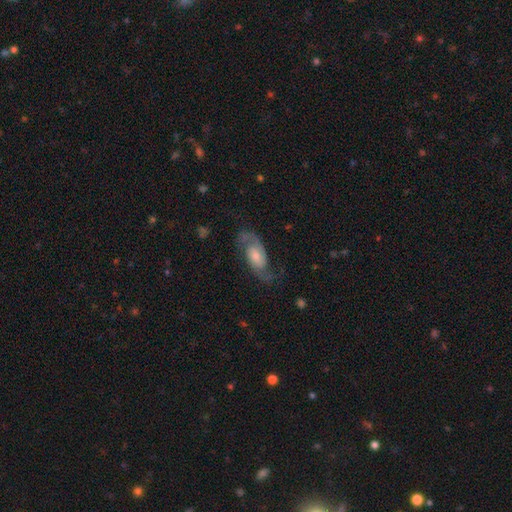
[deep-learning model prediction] Q: Smooth or featured?
A: featured or disk (84%); runner-up: smooth (10%)
Q: Edge-on disk?
A: no (95%); runner-up: yes (5%)
Q: Bar?
A: no (58%); runner-up: weak (34%)
Q: Spiral arms?
A: yes (96%); runner-up: no (4%)
Q: Spiral winding?
A: medium (52%); runner-up: loose (27%)
Q: Spiral arm count?
A: 2 (91%); runner-up: can't tell (4%)
Q: Bulge size?
A: moderate (47%); runner-up: small (34%)
Q: Merging?
A: none (75%); runner-up: minor disturbance (15%)